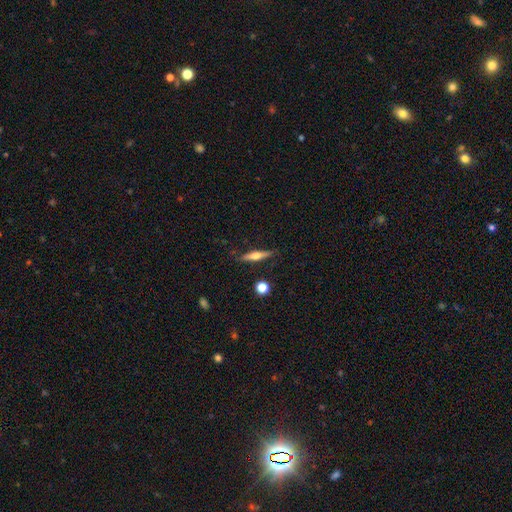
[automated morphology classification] A featured or disk galaxy (50%) viewed edge-on (95%). Merging: none (85%).